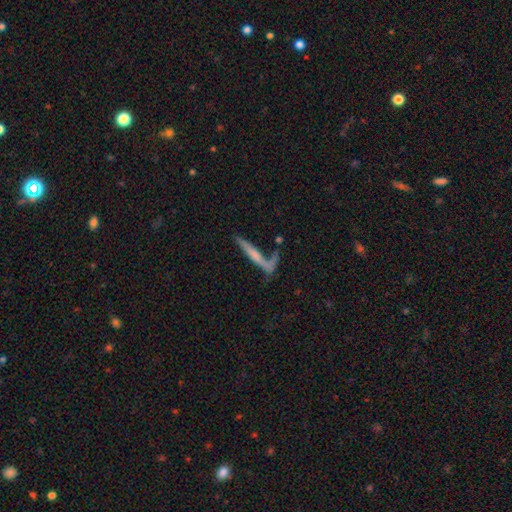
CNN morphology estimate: Smooth or featured? Predicted: featured or disk (p=0.53). Edge-on disk? Predicted: yes (p=0.81). Merging? Predicted: none (p=0.47).